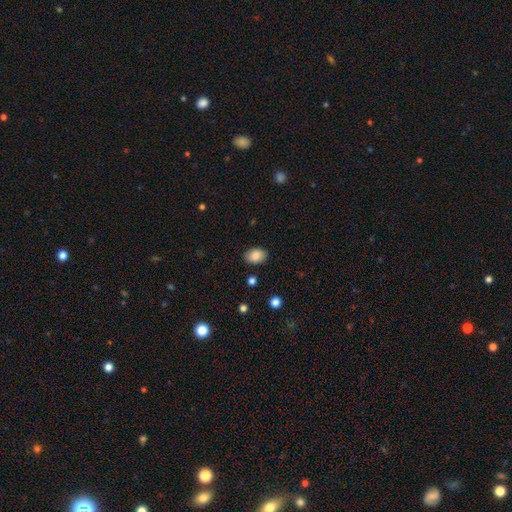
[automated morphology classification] Q: Smooth or featured?
A: smooth (87%); runner-up: star or artifact (8%)
Q: How rounded?
A: in between (80%); runner-up: round (19%)
Q: Merging?
A: none (87%); runner-up: minor disturbance (10%)